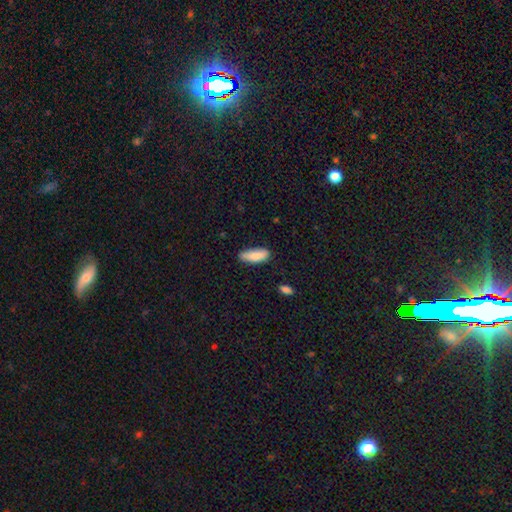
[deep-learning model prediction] smooth 87%, featured or disk 7%, star or artifact 6%. Down the decision tree: how rounded — in between (69%); merging — none (72%).